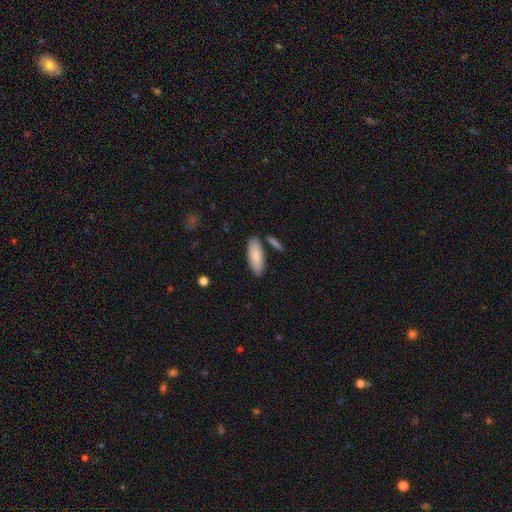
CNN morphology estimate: Smooth or featured? Predicted: smooth (p=0.84). How rounded? Predicted: in between (p=0.74). Merging? Predicted: none (p=0.81).